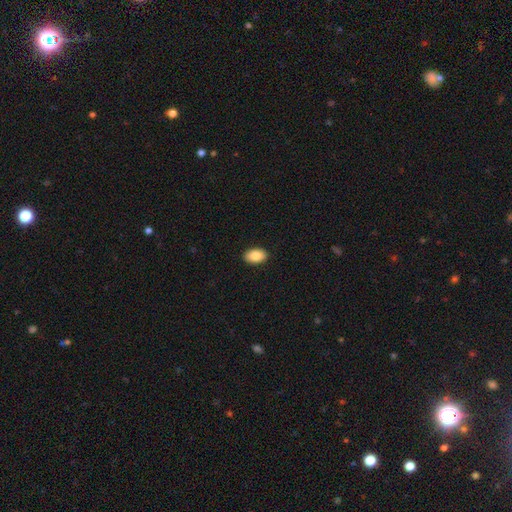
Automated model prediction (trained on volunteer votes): This is clearly a smooth galaxy (86%). How rounded: clearly in between (91%). Merging: clearly none (90%).